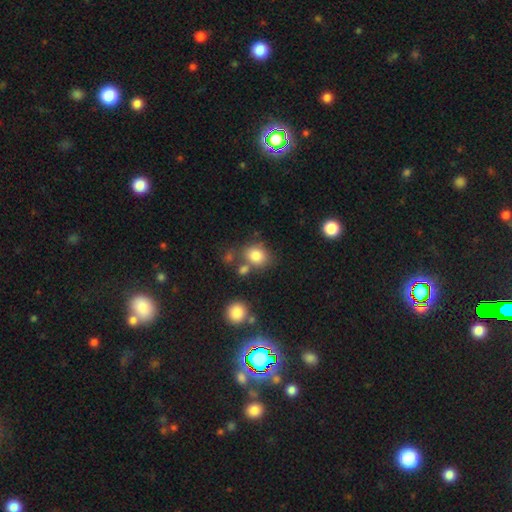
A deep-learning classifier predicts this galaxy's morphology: smooth_or_featured: smooth (p=0.81) [alt: star or artifact p=0.11]
how_rounded: round (p=0.59) [alt: in between p=0.40]
merging: none (p=0.61) [alt: merger p=0.17]